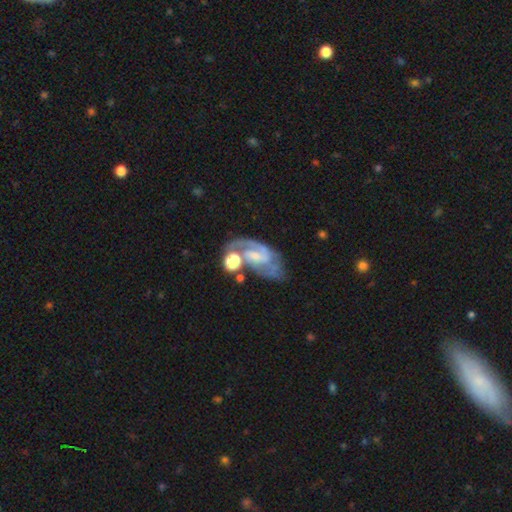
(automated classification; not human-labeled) A featured or disk galaxy (78%) with a weak bar (45%), 2 (62%) medium (48%) spiral arms (90%) and a small central bulge (43%). Merging: none (46%).